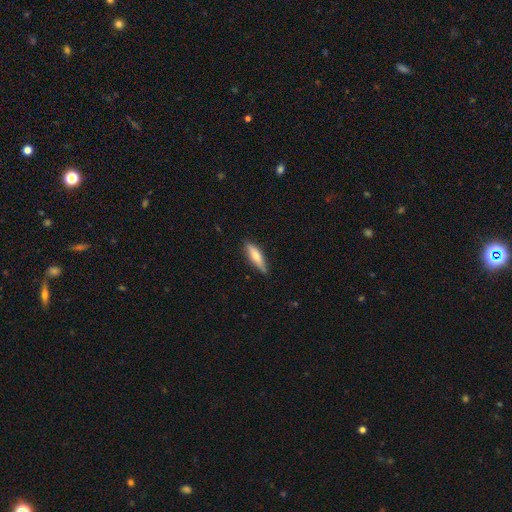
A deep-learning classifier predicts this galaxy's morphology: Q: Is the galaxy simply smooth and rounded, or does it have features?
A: smooth — 62%.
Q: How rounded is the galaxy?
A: cigar-shaped — 68%.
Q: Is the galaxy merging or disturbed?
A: none — 80%.